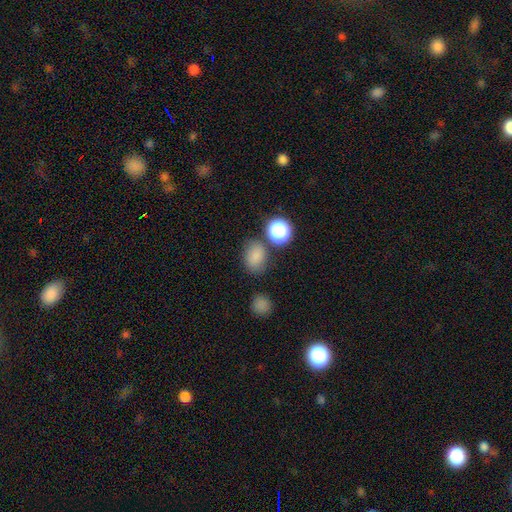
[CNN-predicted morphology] Smooth or featured? smooth (80%)
How rounded? in between (60%)
Merging? none (72%)